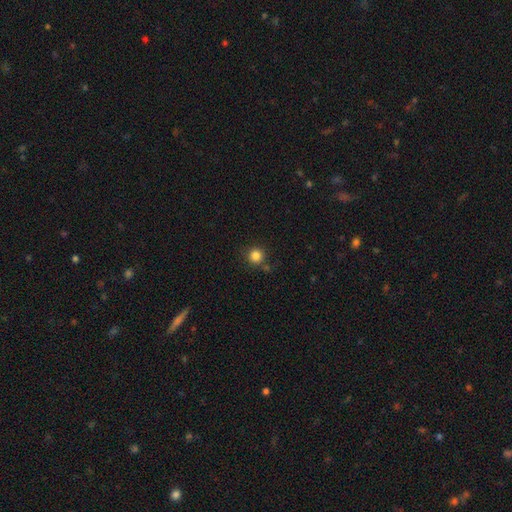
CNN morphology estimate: Q: Smooth or featured?
A: smooth (83%); runner-up: star or artifact (12%)
Q: How rounded?
A: round (94%); runner-up: in between (5%)
Q: Merging?
A: none (81%); runner-up: minor disturbance (9%)